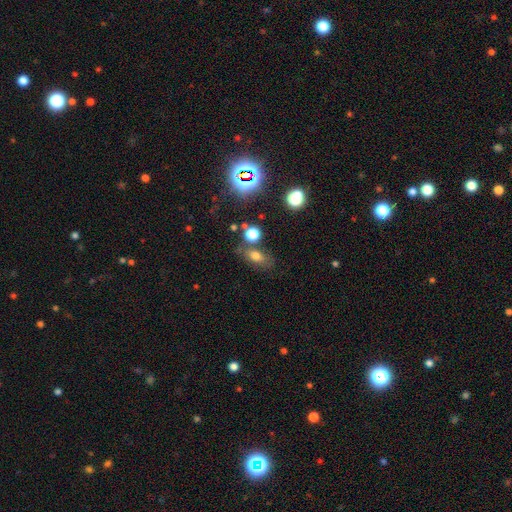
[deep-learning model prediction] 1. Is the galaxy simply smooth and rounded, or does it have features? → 68% smooth, 19% star or artifact, 14% featured or disk.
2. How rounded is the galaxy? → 76% in between, 18% round, 5% cigar-shaped.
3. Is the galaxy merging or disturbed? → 64% none, 16% minor disturbance, 14% merger, 7% major disturbance.